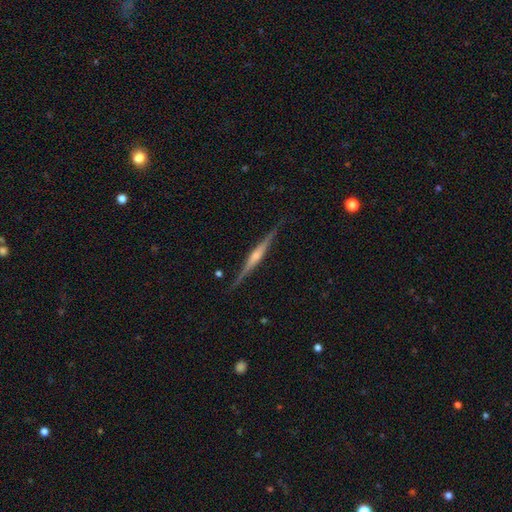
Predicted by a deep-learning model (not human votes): A featured or disk galaxy (81%) viewed edge-on (98%) with a rounded central bulge (74%). Merging: none (89%).